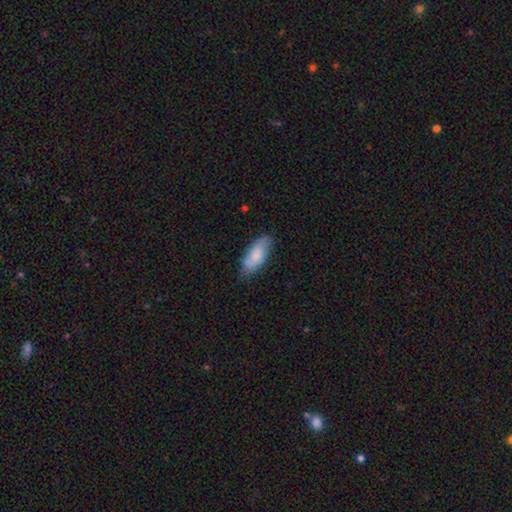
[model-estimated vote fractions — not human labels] Smooth or featured?
  - smooth: 73% *
  - featured or disk: 21%
  - star or artifact: 6%
How rounded?
  - in between: 82% *
  - cigar-shaped: 16%
  - round: 2%
Merging?
  - none: 74% *
  - minor disturbance: 21%
  - major disturbance: 4%
  - merger: 2%